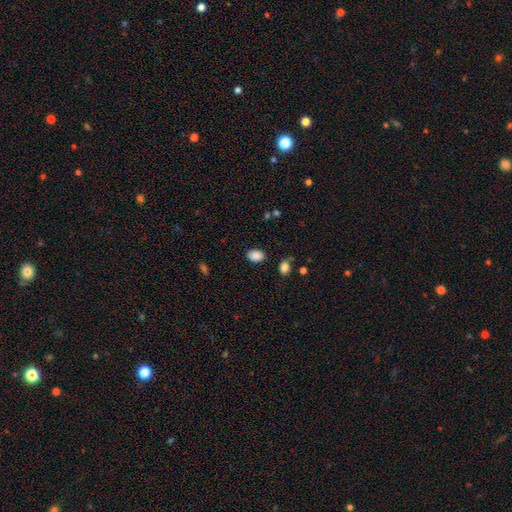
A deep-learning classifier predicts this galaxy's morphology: smooth-or-featured: smooth: 87% | star or artifact: 9% | featured or disk: 3%
  how-rounded: in between: 73% | round: 25% | cigar-shaped: 1%
  merging: none: 82% | minor disturbance: 12% | major disturbance: 3% | merger: 2%